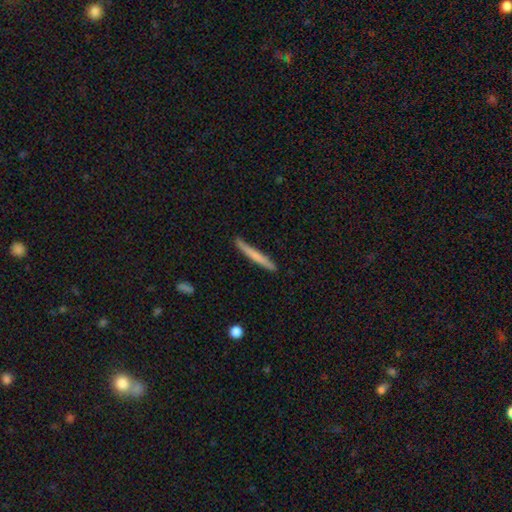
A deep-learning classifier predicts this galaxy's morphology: A smooth galaxy with no disk features (65%) that is cigar-shaped (96%). Merging: none (84%).